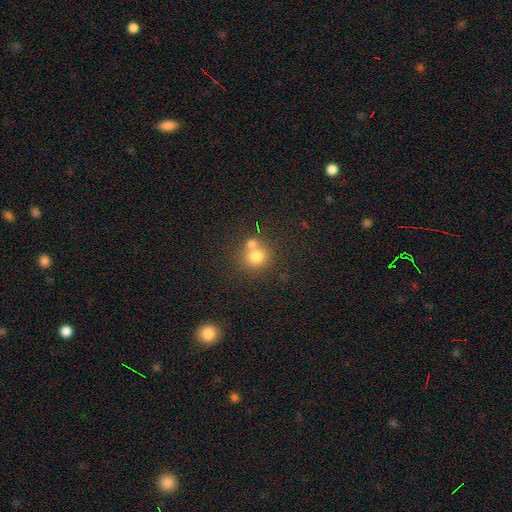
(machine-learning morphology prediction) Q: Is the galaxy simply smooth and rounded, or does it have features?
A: smooth — 75%.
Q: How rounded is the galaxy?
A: round — 86%.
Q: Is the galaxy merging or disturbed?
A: none — 50%.